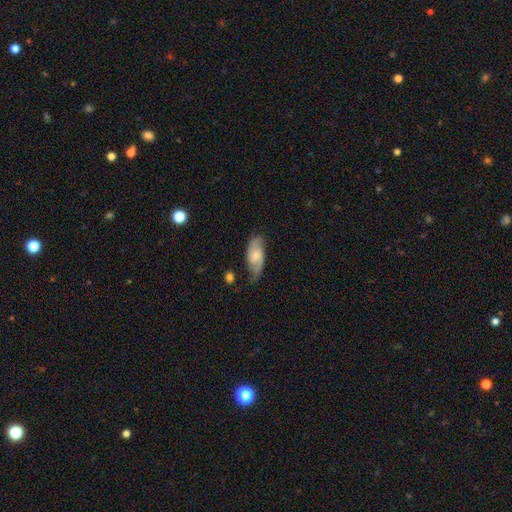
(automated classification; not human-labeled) Q: Smooth or featured?
A: featured or disk (52%); runner-up: smooth (42%)
Q: Edge-on disk?
A: no (91%); runner-up: yes (9%)
Q: Merging?
A: none (60%); runner-up: minor disturbance (28%)